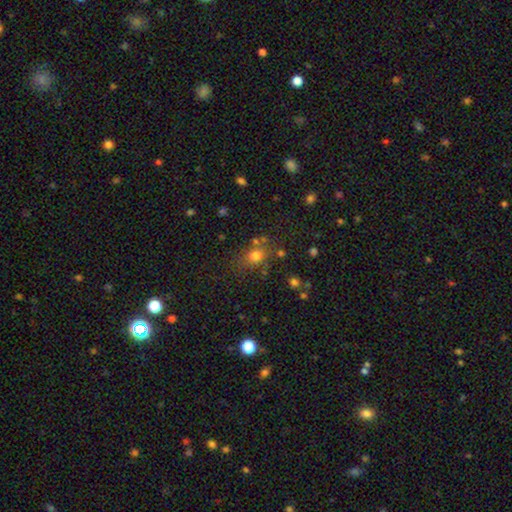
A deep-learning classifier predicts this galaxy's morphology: A smooth galaxy with no disk features (74%) that is round (62%).

Vote fractions:
- Smooth or featured? smooth: 74% / star or artifact: 17% / featured or disk: 9%
- How rounded? round: 62% / in between: 37% / cigar-shaped: 1%
- Merging? none: 69% / minor disturbance: 15% / merger: 9% / major disturbance: 7%